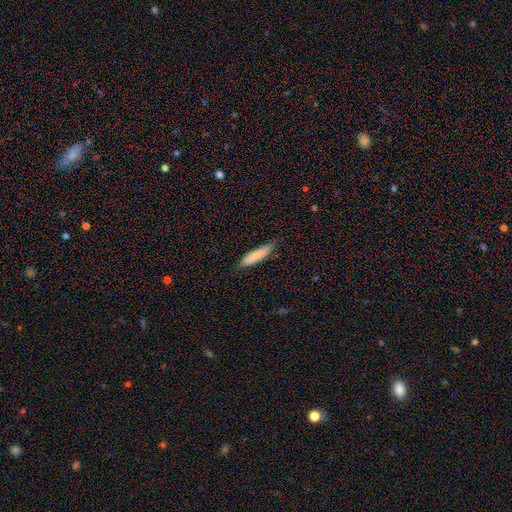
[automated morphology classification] This is likely a smooth galaxy (80%). How rounded: likely cigar-shaped (75%). Merging: likely none (73%).